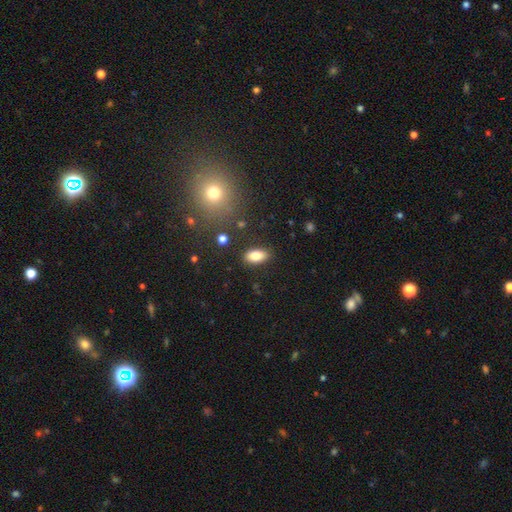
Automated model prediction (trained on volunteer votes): A smooth galaxy with no disk features (83%) that is in between round and cigar-shaped (90%). Merging: none (86%).